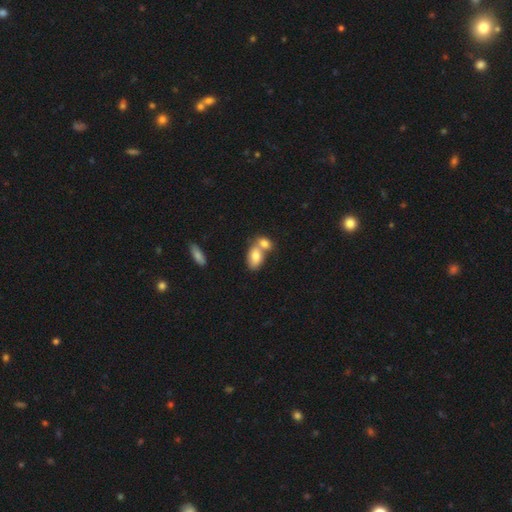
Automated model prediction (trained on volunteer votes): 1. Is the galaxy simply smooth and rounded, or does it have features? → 78% smooth, 15% featured or disk, 7% star or artifact.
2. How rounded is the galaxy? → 89% in between, 8% round, 3% cigar-shaped.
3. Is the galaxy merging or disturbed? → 60% merger, 28% none, 8% minor disturbance, 3% major disturbance.